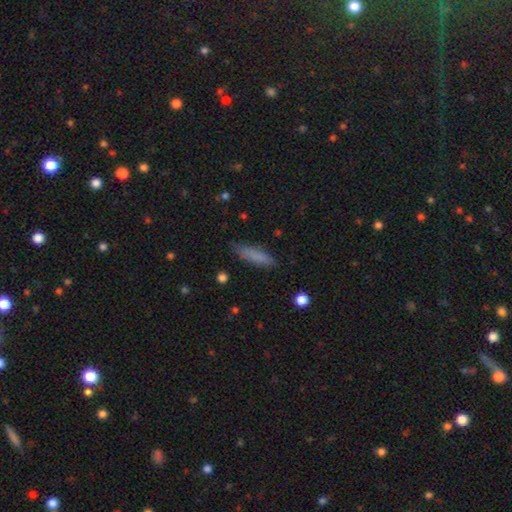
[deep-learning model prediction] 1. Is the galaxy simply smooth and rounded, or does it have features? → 81% smooth, 11% featured or disk, 8% star or artifact.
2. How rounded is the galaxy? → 73% cigar-shaped, 25% in between, 2% round.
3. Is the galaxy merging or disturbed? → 79% none, 16% minor disturbance, 3% major disturbance, 2% merger.